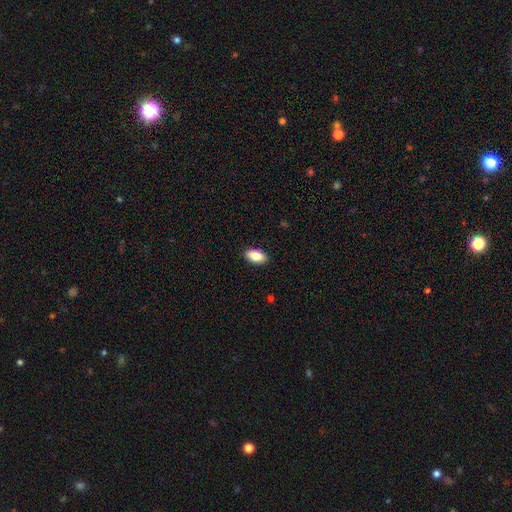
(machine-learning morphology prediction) Smooth or featured? Predicted: smooth (p=0.84). How rounded? Predicted: in between (p=0.93). Merging? Predicted: none (p=0.90).